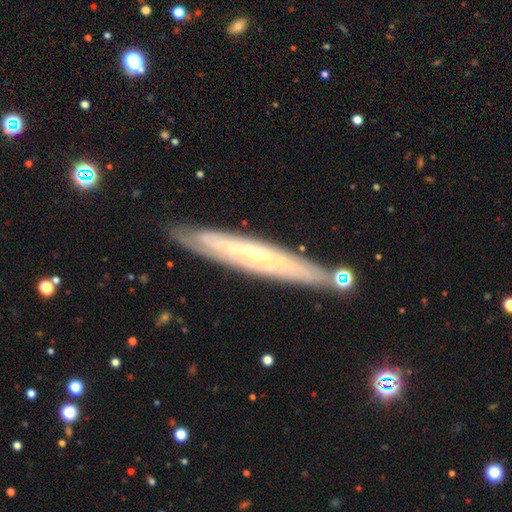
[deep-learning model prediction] Overall: featured or disk (78%). Edge-on disk: yes (66%; no 34%). Edge-on bulge: rounded (50%; none 48%). Merging: none (83%).